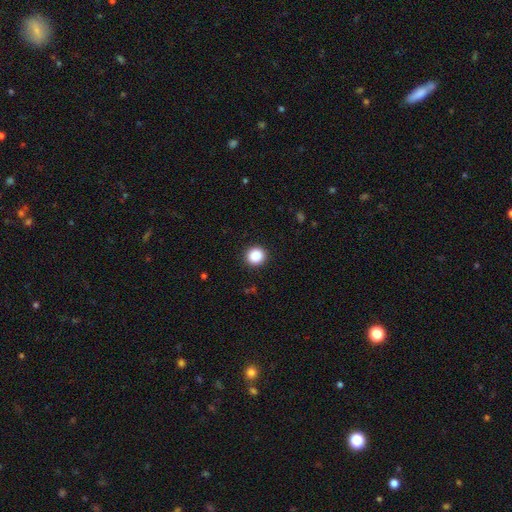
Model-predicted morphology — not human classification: smooth_or_featured: smooth (p=0.87) [alt: star or artifact p=0.10]
how_rounded: round (p=0.91) [alt: in between p=0.08]
merging: none (p=0.92) [alt: minor disturbance p=0.05]